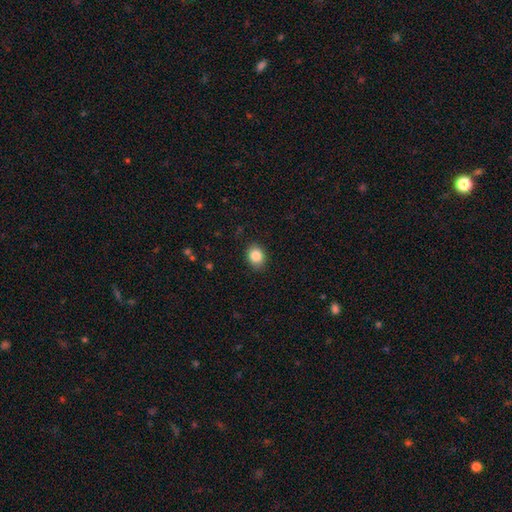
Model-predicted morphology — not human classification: The model was most divided on "how rounded": in between: 52%, round: 47%, cigar-shaped: 1%. More confident: merging — none (87%); smooth or featured — smooth (87%).